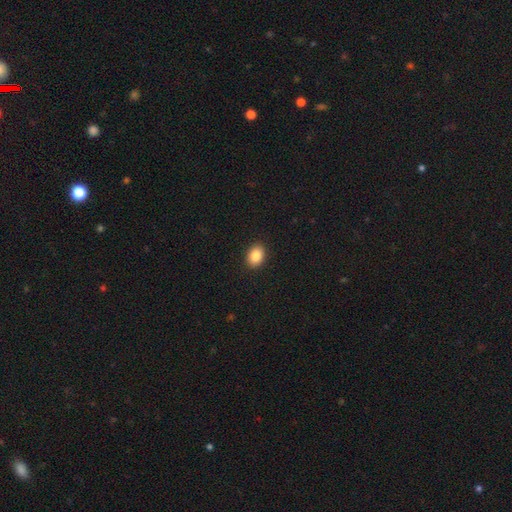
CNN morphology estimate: type=smooth (87%); roundness=in between (72%); merging=none (91%).